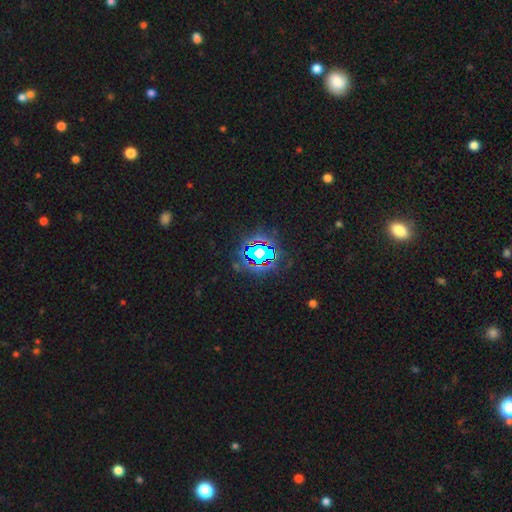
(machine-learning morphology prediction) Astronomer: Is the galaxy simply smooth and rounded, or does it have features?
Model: star or artifact — 76%.